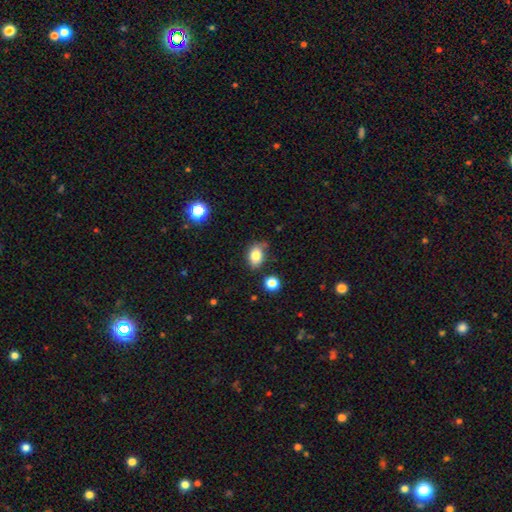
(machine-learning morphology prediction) This is clearly a smooth galaxy (82%). How rounded: likely in between (76%). Merging: likely none (67%).